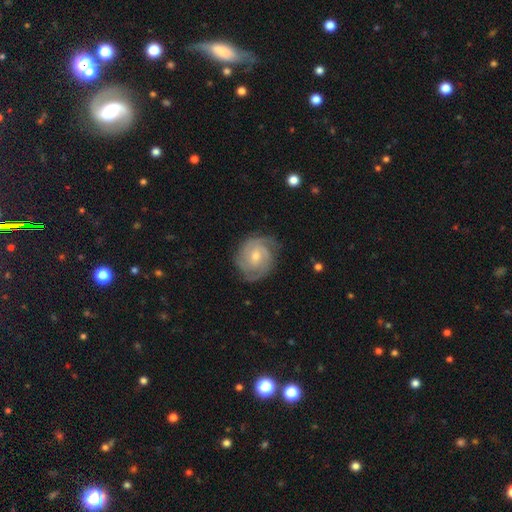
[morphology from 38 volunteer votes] Smooth or featured?
  - featured or disk: 89% *
  - smooth: 8%
  - star or artifact: 3%
Edge-on disk?
  - no: 97% *
  - yes: 3%
Bar?
  - weak: 58% *
  - no: 30%
  - strong: 12%
Spiral arms?
  - yes: 100% *
  - no: 0%
Spiral winding?
  - tight: 73% *
  - medium: 24%
  - loose: 3%
Spiral arm count?
  - 3: 64% *
  - 2: 15%
  - can't tell: 15%
  - 4: 6%
  - 1: 0%
  - more than 4: 0%
Bulge size?
  - moderate: 58% *
  - small: 39%
  - none: 3%
  - dominant: 0%
  - large: 0%
Merging?
  - none: 68% *
  - minor disturbance: 19%
  - major disturbance: 14%
  - merger: 0%